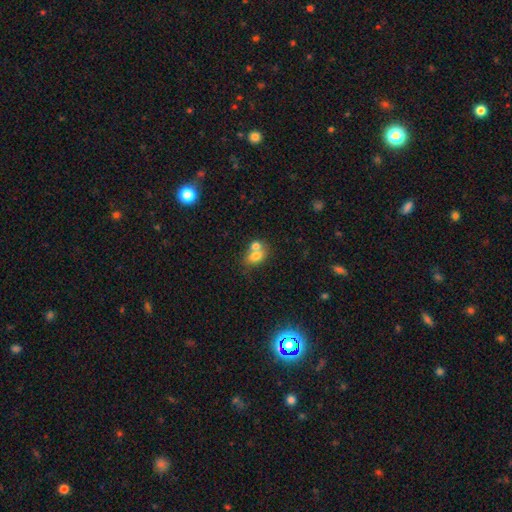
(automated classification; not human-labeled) Smooth or featured?
  - smooth: 74% *
  - featured or disk: 17%
  - star or artifact: 10%
How rounded?
  - in between: 65% *
  - round: 33%
  - cigar-shaped: 1%
Merging?
  - merger: 59% *
  - none: 29%
  - minor disturbance: 8%
  - major disturbance: 4%